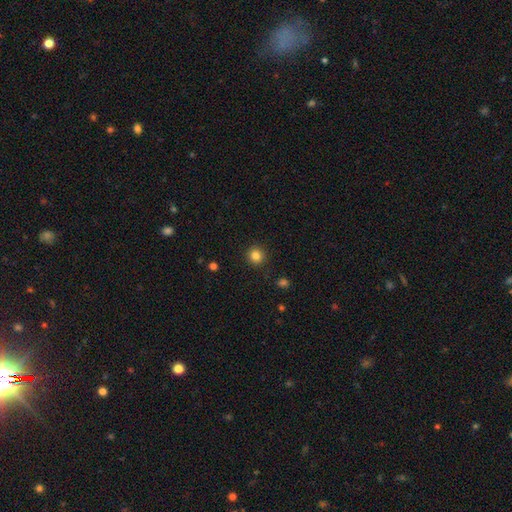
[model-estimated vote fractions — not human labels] Smooth or featured?
  - smooth: 83% *
  - star or artifact: 12%
  - featured or disk: 5%
How rounded?
  - round: 93% *
  - in between: 6%
  - cigar-shaped: 1%
Merging?
  - none: 92% *
  - minor disturbance: 5%
  - major disturbance: 2%
  - merger: 1%